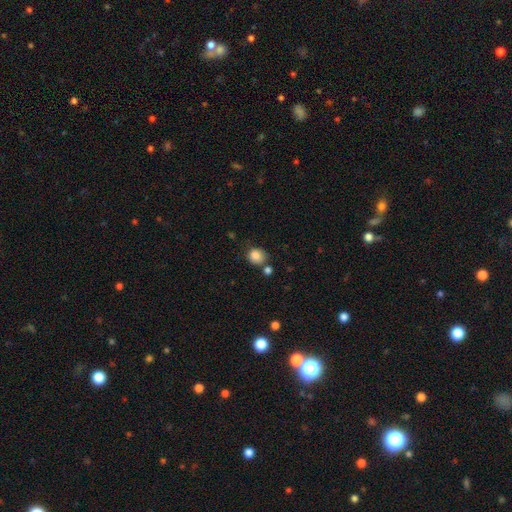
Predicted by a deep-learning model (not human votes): smooth 86%, star or artifact 10%, featured or disk 5%. Down the decision tree: how rounded — round (83%); merging — none (71%).